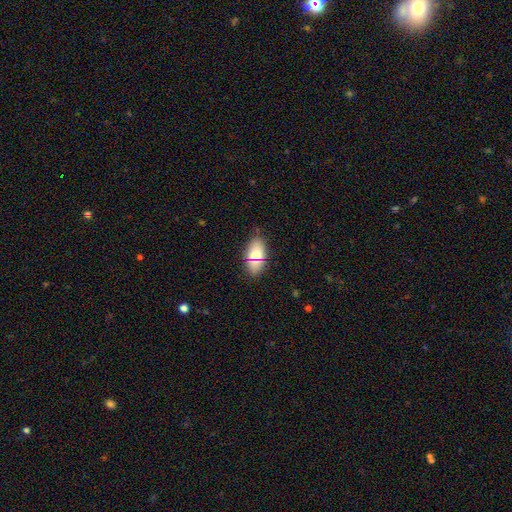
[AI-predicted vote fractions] A smooth galaxy with no disk features (73%) that is in between round and cigar-shaped (88%). Merging: none (83%).